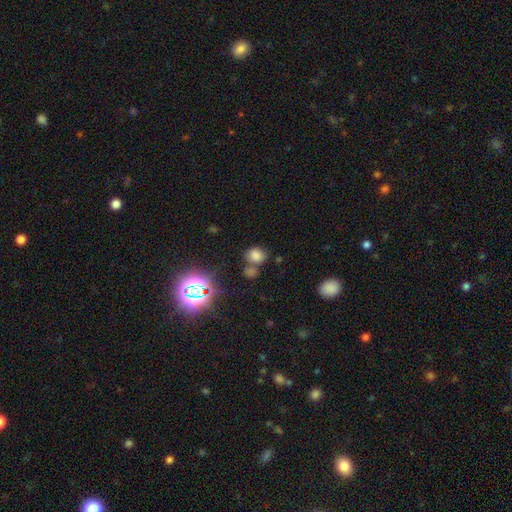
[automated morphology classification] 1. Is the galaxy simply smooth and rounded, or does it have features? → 69% smooth, 23% star or artifact, 8% featured or disk.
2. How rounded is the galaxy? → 54% round, 45% in between, 1% cigar-shaped.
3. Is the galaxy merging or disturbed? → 56% none, 26% merger, 13% minor disturbance, 5% major disturbance.